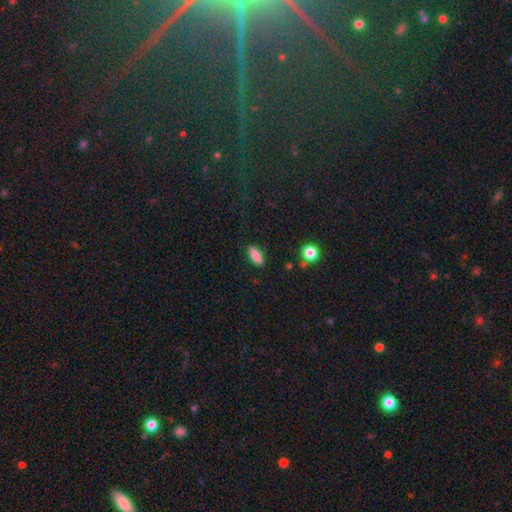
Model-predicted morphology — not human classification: Overall: smooth (85%). How rounded: in between (74%). Merging: none (87%).